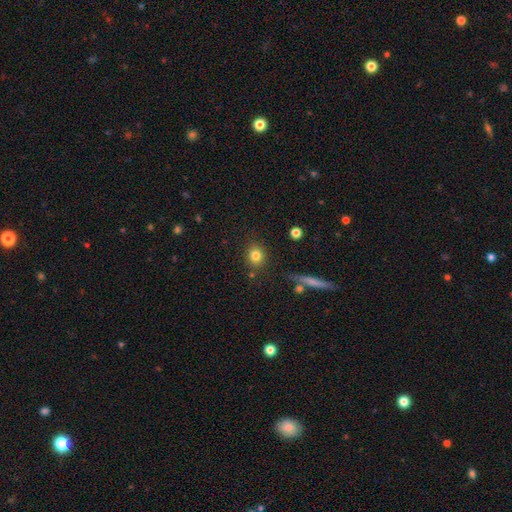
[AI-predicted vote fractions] The model was most divided on "how rounded": round: 78%, in between: 20%, cigar-shaped: 2%. More confident: merging — none (83%); smooth or featured — smooth (80%).